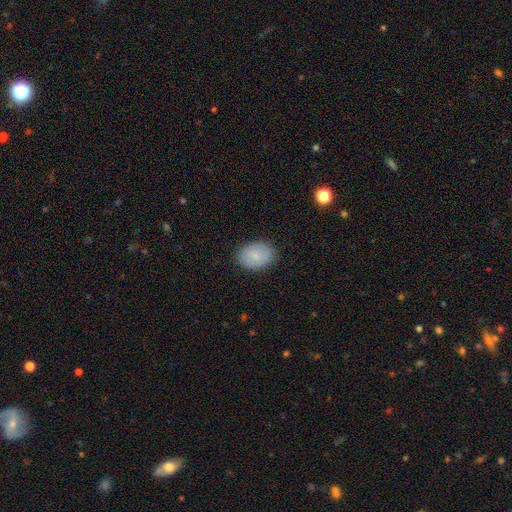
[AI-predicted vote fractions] Morphology: type=smooth (76%); roundness=in between (75%); merging=none (86%).